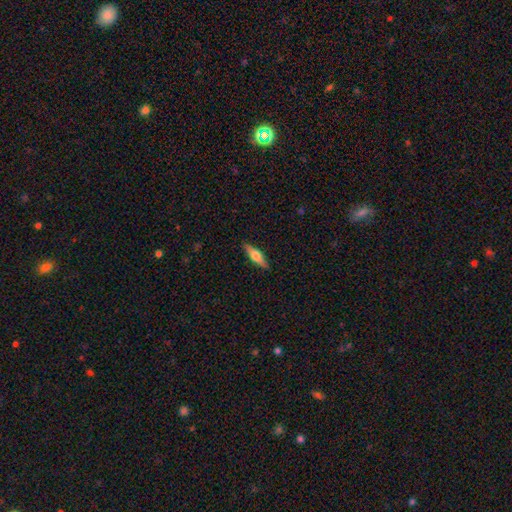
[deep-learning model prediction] The model was most divided on "smooth or featured": smooth: 49%, featured or disk: 45%, star or artifact: 6%. More confident: merging — none (89%).